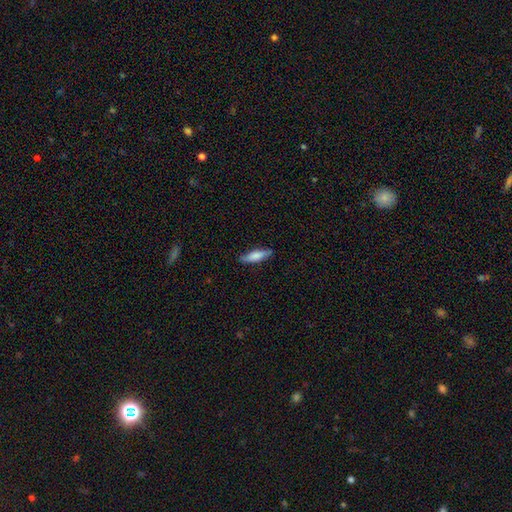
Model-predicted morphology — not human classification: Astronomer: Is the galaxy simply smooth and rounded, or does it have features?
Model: smooth — 77%.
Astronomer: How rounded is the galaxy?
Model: cigar-shaped — 60% (runner-up: in between, 39%).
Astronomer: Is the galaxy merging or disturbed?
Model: none — 82%.